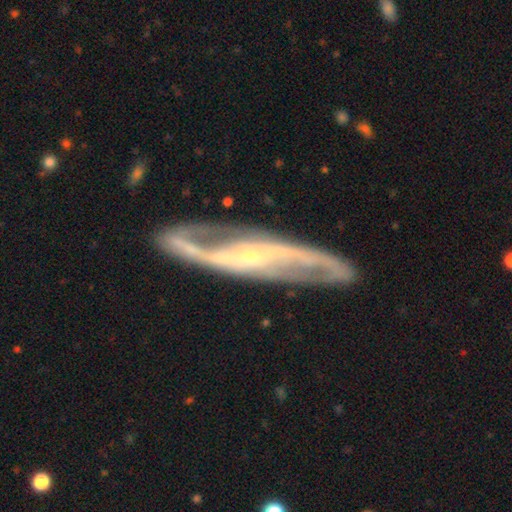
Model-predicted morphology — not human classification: smooth_or_featured: featured or disk (p=0.90) [alt: smooth p=0.05]
disk_edge_on: no (p=0.81) [alt: yes p=0.19]
bar: strong (p=0.38) [alt: no p=0.33]
has_spiral_arms: yes (p=0.96) [alt: no p=0.04]
spiral_winding: loose (p=0.41) [tied with: medium p=0.41]
spiral_arm_count: 2 (p=0.91) [alt: can't tell p=0.03]
bulge_size: small (p=0.79) [alt: moderate p=0.16]
merging: none (p=0.79) [alt: minor disturbance p=0.14]